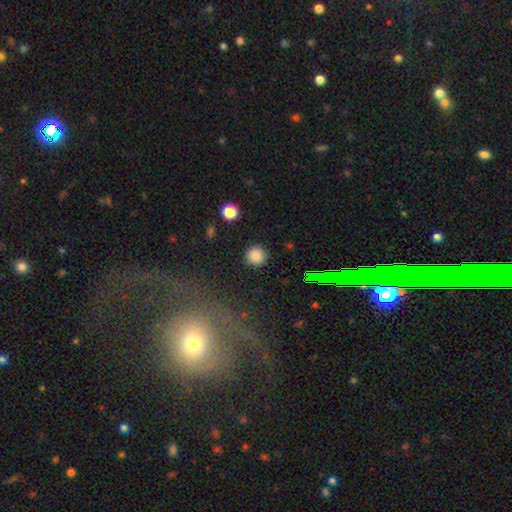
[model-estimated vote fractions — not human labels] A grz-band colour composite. It shows a smooth galaxy with no disk features (84%) that is round (95%). Merging: none (91%).